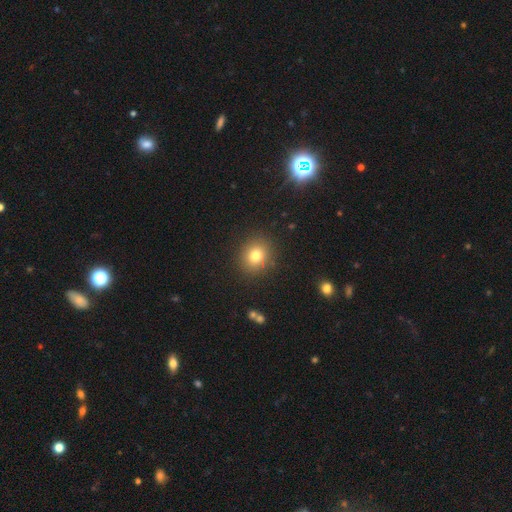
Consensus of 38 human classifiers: Smooth or featured? smooth (87%)
How rounded? round (82%)
Merging? none (89%)